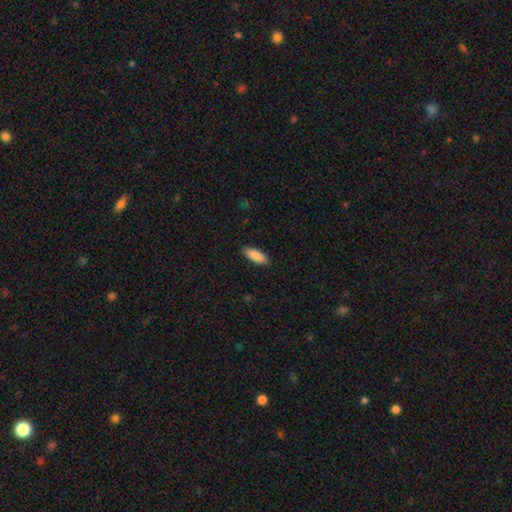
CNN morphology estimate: Smooth or featured? Predicted: smooth (p=0.87). How rounded? Predicted: in between (p=0.72). Merging? Predicted: none (p=0.89).